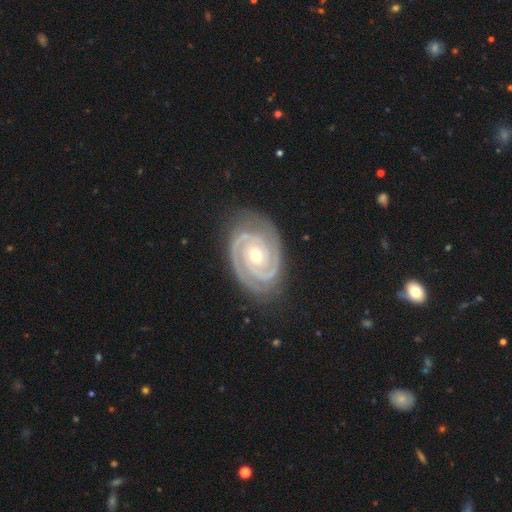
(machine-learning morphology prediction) Smooth or featured: featured or disk — 94% (star or artifact — 4%)
Edge-on disk: no — 98% (yes — 2%)
Bar: no — 67% (weak — 21%)
Spiral arms: yes — 99% (no — 1%)
Spiral winding: tight — 82% (medium — 16%)
Spiral arm count: 2 — 88% (3 — 6%)
Bulge size: moderate — 63% (small — 33%)
Merging: none — 83% (minor disturbance — 13%)